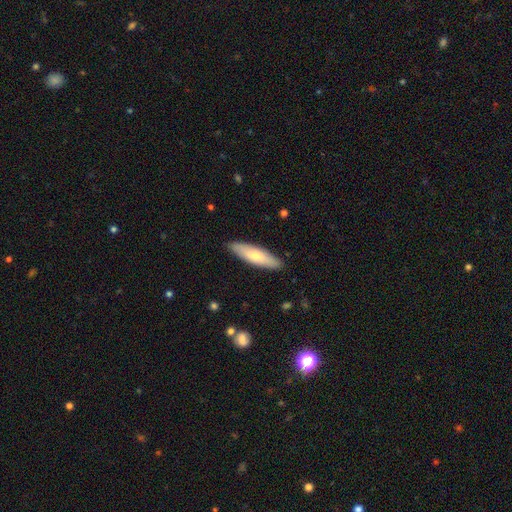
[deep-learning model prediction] A smooth galaxy with no disk features (69%) that is cigar-shaped (65%).

Vote fractions:
- Smooth or featured? smooth: 69% / featured or disk: 26% / star or artifact: 5%
- How rounded? cigar-shaped: 65% / in between: 33% / round: 2%
- Merging? none: 88% / minor disturbance: 9% / major disturbance: 2% / merger: 1%